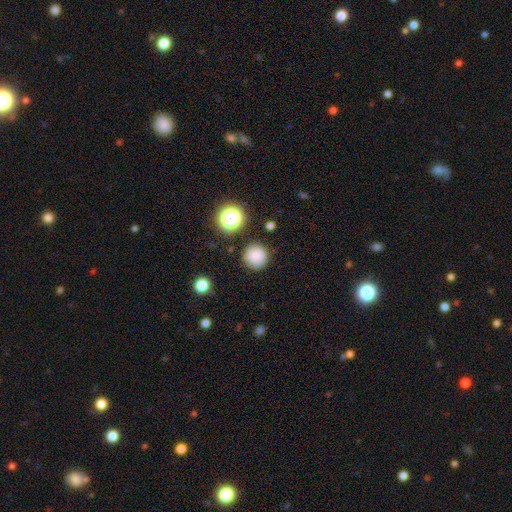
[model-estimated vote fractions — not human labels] Smooth or featured? Predicted: smooth (p=0.81). How rounded? Predicted: round (p=0.93). Merging? Predicted: none (p=0.83).